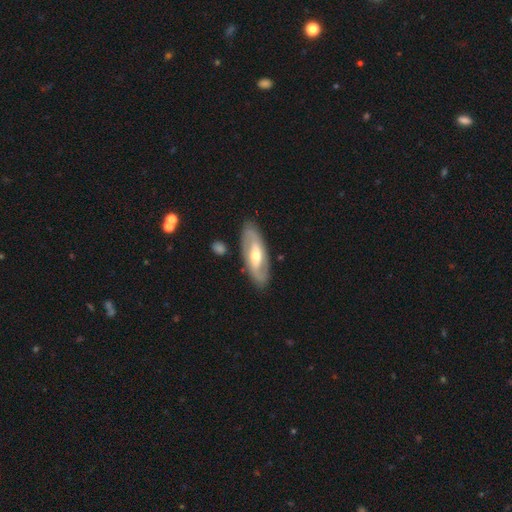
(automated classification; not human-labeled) smooth-or-featured: featured or disk: 72% | smooth: 23% | star or artifact: 5%
  disk-edge-on: no: 86% | yes: 14%
    bar: weak: 38% | no: 34% | strong: 29%
    has-spiral-arms: yes: 72% | no: 28%
    bulge-size: moderate: 67% | small: 26% | large: 5% | none: 1% | dominant: 1%
  merging: none: 85% | minor disturbance: 10% | major disturbance: 3% | merger: 2%